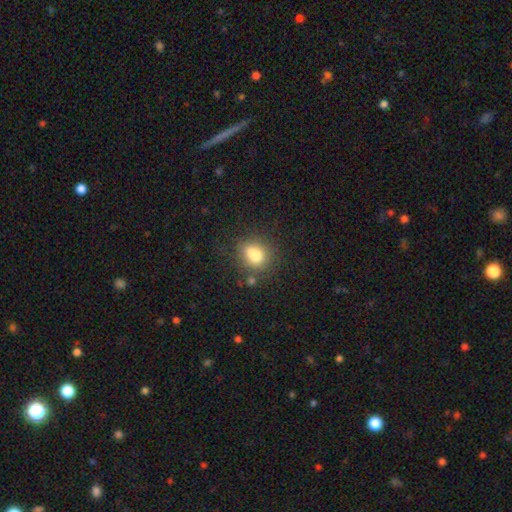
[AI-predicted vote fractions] Smooth or featured?
  - smooth: 71% *
  - featured or disk: 17%
  - star or artifact: 12%
How rounded?
  - round: 67% *
  - in between: 32%
  - cigar-shaped: 1%
Merging?
  - none: 48% *
  - merger: 32%
  - minor disturbance: 15%
  - major disturbance: 6%